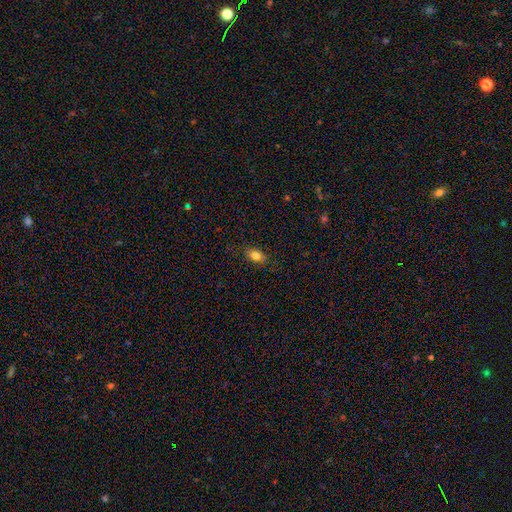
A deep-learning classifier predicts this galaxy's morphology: A smooth galaxy with no disk features (82%) that is in between round and cigar-shaped (82%). Merging: none (85%).